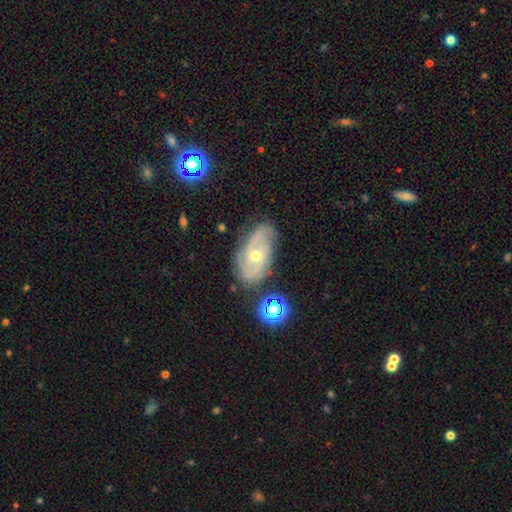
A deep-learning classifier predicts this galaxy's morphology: Smooth or featured? Predicted: featured or disk (p=0.80). Edge-on disk? Predicted: no (p=0.95). Bar? Predicted: no (p=0.51). Spiral arms? Predicted: yes (p=0.94). Spiral winding? Predicted: medium (p=0.45). Spiral arm count? Predicted: 2 (p=0.58). Bulge size? Predicted: small (p=0.54). Merging? Predicted: none (p=0.70).